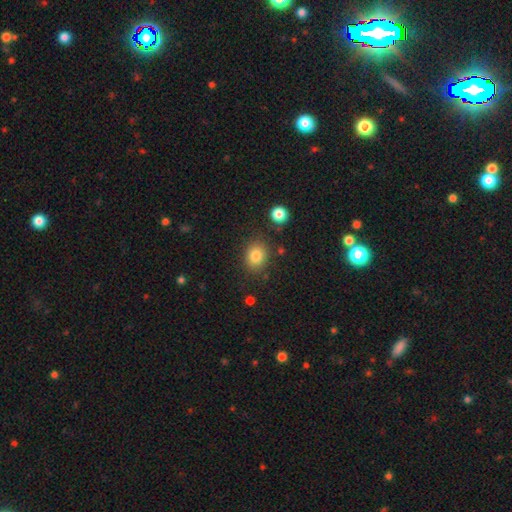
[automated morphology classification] Q: Smooth or featured?
A: smooth (83%); runner-up: star or artifact (10%)
Q: How rounded?
A: round (62%); runner-up: in between (37%)
Q: Merging?
A: none (83%); runner-up: minor disturbance (10%)